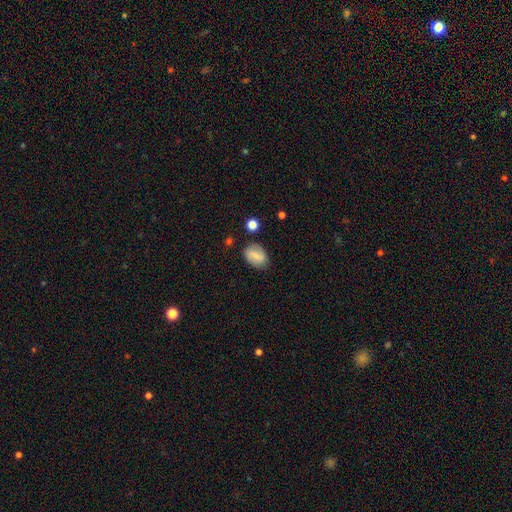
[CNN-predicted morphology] smooth 63%, featured or disk 29%, star or artifact 8%. Down the decision tree: how rounded — in between (78%); merging — none (78%).